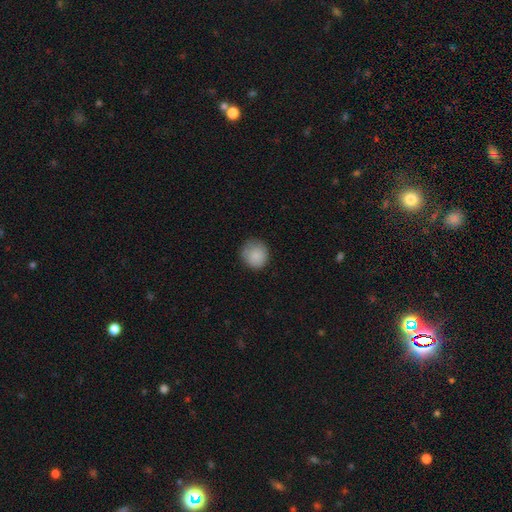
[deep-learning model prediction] Smooth or featured? Predicted: smooth (p=0.86). How rounded? Predicted: round (p=0.89). Merging? Predicted: none (p=0.78).